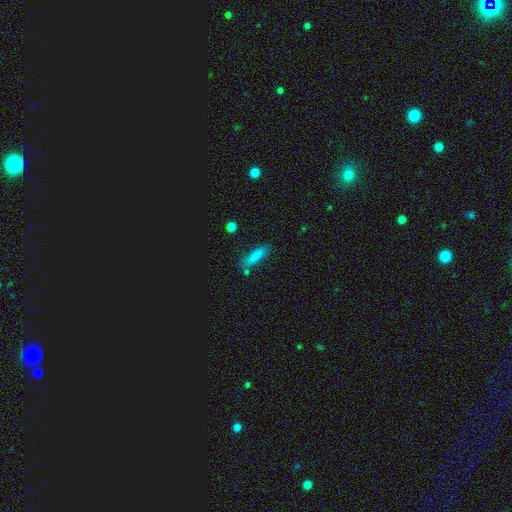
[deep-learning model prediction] smooth 77%, featured or disk 12%, star or artifact 11%. Down the decision tree: how rounded — cigar-shaped (66%); merging — none (73%).